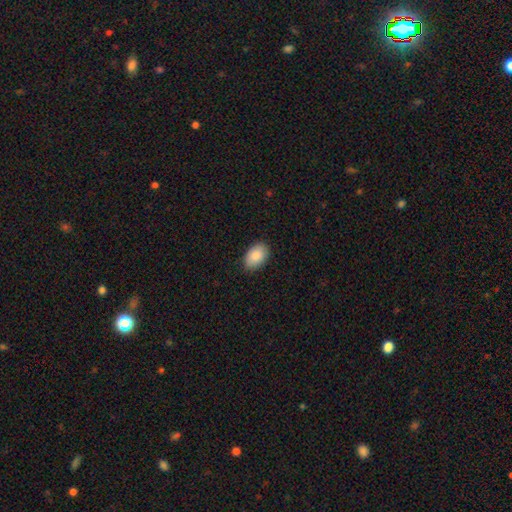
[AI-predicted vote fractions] Smooth or featured?
  - smooth: 89% *
  - star or artifact: 6%
  - featured or disk: 5%
How rounded?
  - in between: 91% *
  - round: 8%
  - cigar-shaped: 1%
Merging?
  - none: 86% *
  - minor disturbance: 11%
  - major disturbance: 2%
  - merger: 1%